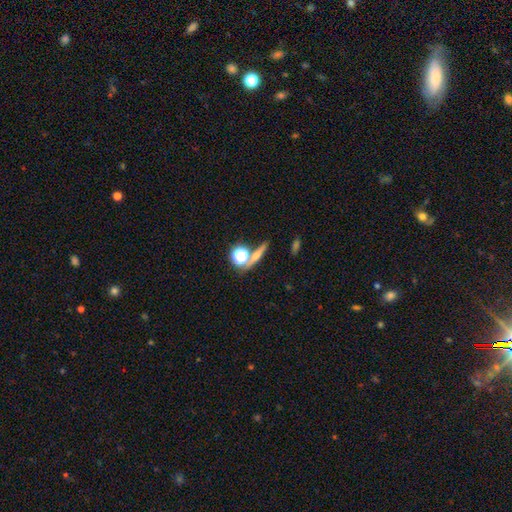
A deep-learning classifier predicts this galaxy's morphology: smooth 48%, star or artifact 26%, featured or disk 26%. Down the decision tree: merging — none (70%).